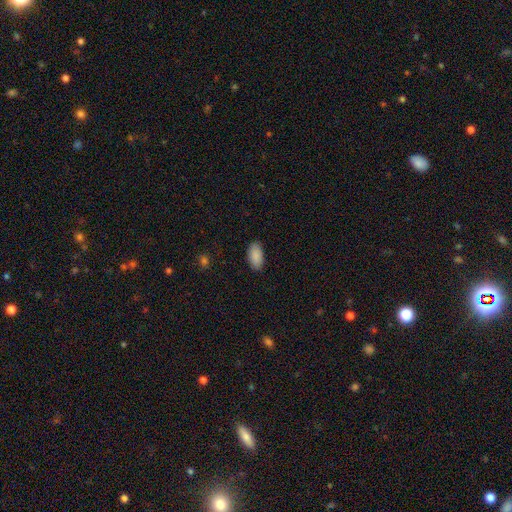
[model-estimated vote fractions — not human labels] A smooth galaxy with no disk features (89%) that is in between round and cigar-shaped (95%). Merging: none (87%).